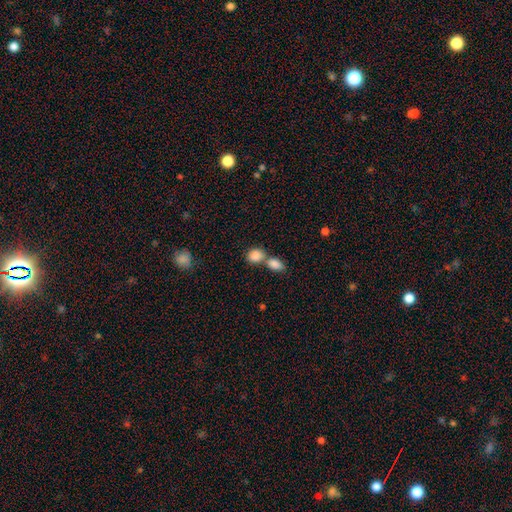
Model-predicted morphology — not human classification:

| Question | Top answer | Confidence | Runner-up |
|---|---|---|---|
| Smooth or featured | smooth | 86% | star or artifact (8%) |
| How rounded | in between | 57% | round (41%) |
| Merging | merger | 55% | none (35%) |